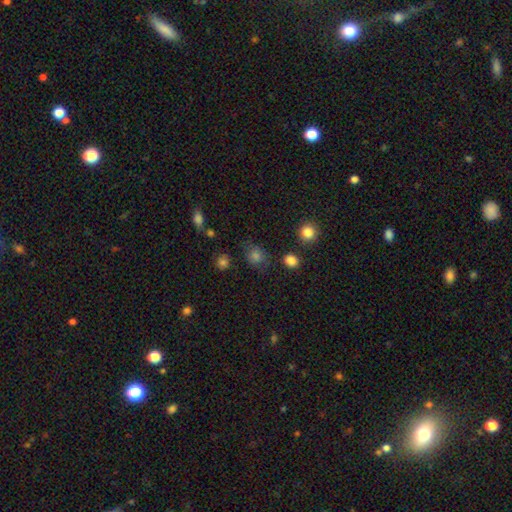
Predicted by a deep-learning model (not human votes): Smooth or featured: smooth — 72% (star or artifact — 20%)
How rounded: round — 73% (in between — 26%)
Merging: none — 75% (minor disturbance — 15%)